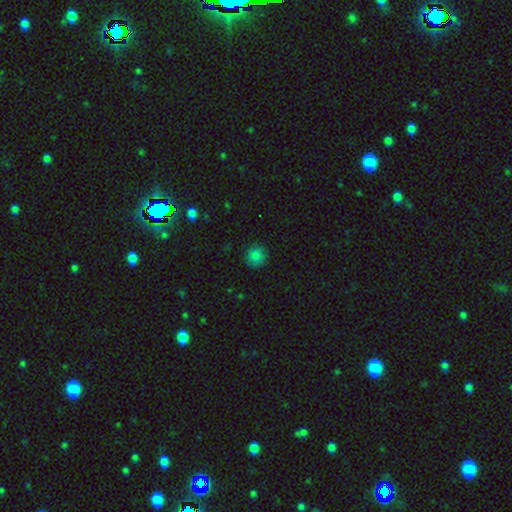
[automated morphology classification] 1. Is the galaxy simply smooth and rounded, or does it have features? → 85% smooth, 11% star or artifact, 5% featured or disk.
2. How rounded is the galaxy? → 91% round, 8% in between, 1% cigar-shaped.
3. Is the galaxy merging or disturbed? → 88% none, 9% minor disturbance, 2% major disturbance, 1% merger.